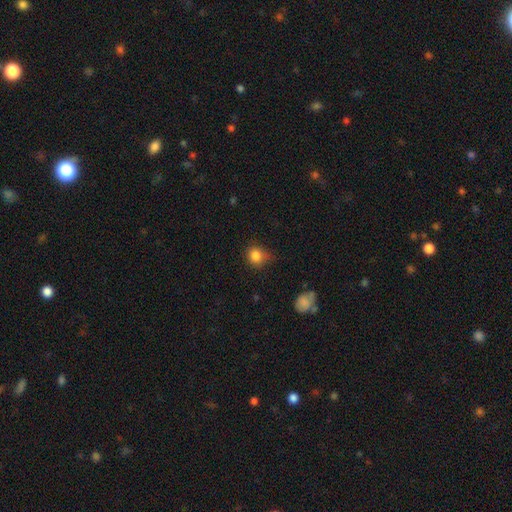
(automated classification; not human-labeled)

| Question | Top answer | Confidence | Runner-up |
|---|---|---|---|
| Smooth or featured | smooth | 84% | star or artifact (11%) |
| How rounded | round | 81% | in between (18%) |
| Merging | none | 65% | minor disturbance (26%) |